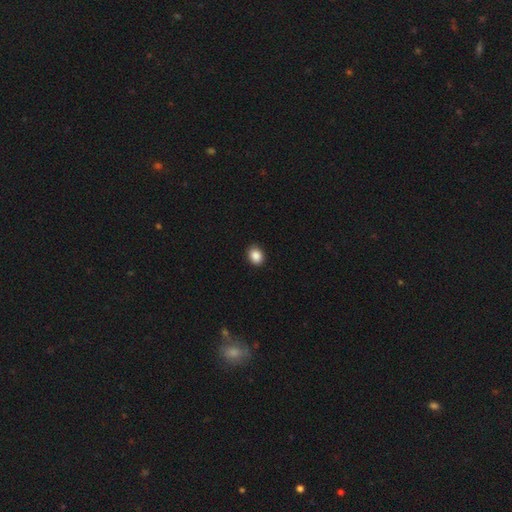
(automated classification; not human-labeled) smooth_or_featured: smooth (p=0.88) [alt: star or artifact p=0.09]
how_rounded: in between (p=0.51) [alt: round p=0.49]
merging: none (p=0.91) [alt: minor disturbance p=0.07]